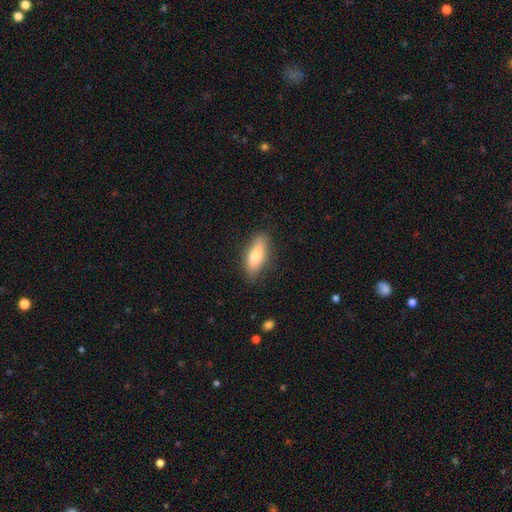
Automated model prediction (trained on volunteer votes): smooth_or_featured: smooth (p=0.73) [alt: featured or disk p=0.20]
how_rounded: in between (p=0.63) [alt: cigar-shaped p=0.34]
merging: none (p=0.82) [alt: minor disturbance p=0.14]